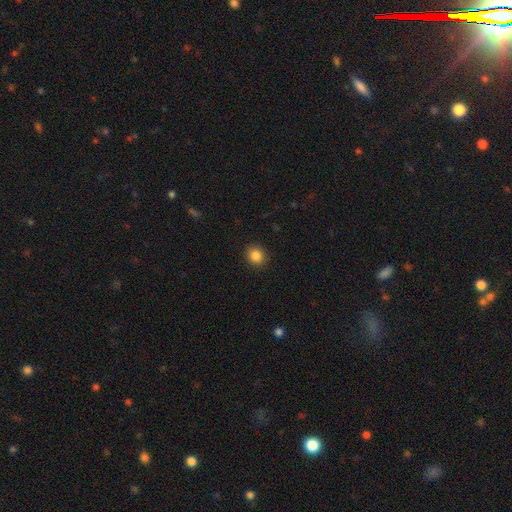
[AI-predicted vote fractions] Smooth or featured?
  - smooth: 85% *
  - star or artifact: 11%
  - featured or disk: 4%
How rounded?
  - round: 78% *
  - in between: 21%
  - cigar-shaped: 1%
Merging?
  - none: 91% *
  - minor disturbance: 6%
  - major disturbance: 2%
  - merger: 1%